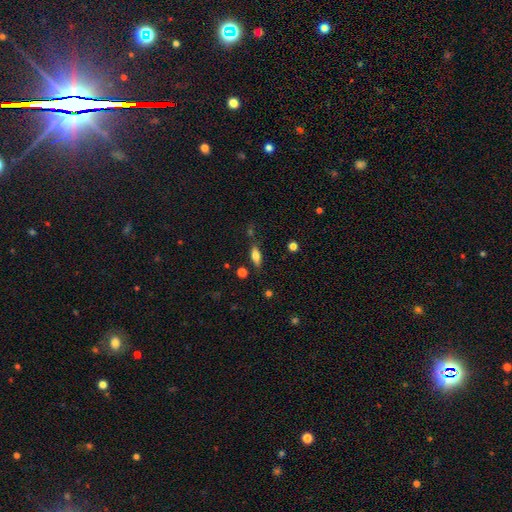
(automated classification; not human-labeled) Smooth or featured?
  - smooth: 68% *
  - featured or disk: 23%
  - star or artifact: 9%
How rounded?
  - in between: 67% *
  - cigar-shaped: 30%
  - round: 3%
Merging?
  - none: 76% *
  - minor disturbance: 15%
  - merger: 5%
  - major disturbance: 4%